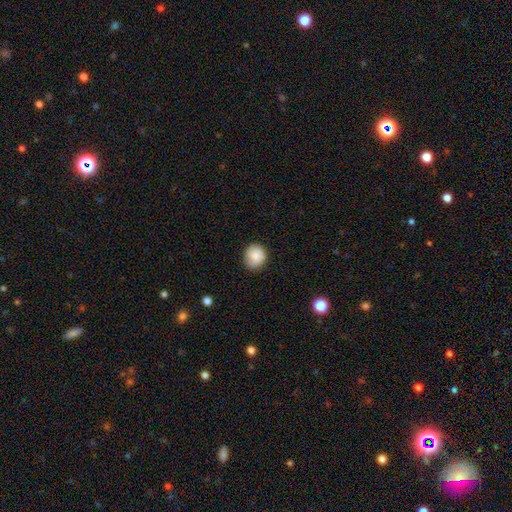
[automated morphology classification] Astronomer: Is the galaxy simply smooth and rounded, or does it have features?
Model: smooth — 84%.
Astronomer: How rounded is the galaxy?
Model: round — 82%.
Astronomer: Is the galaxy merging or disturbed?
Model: none — 77%.